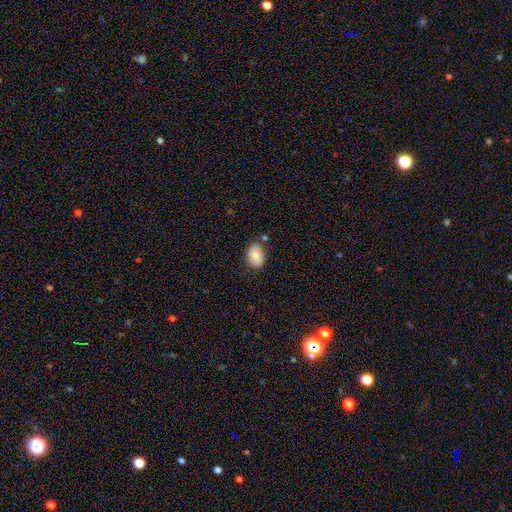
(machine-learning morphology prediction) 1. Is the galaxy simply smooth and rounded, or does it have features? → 81% smooth, 11% featured or disk, 8% star or artifact.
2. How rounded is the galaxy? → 72% in between, 27% round, 1% cigar-shaped.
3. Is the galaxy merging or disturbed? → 75% none, 16% minor disturbance, 5% merger, 3% major disturbance.